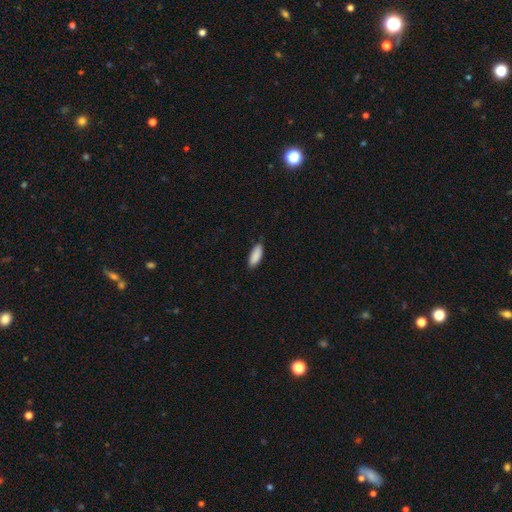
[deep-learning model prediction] smooth_or_featured: smooth (p=0.90) [alt: star or artifact p=0.06]
how_rounded: in between (p=0.75) [alt: cigar-shaped p=0.23]
merging: none (p=0.86) [alt: minor disturbance p=0.11]